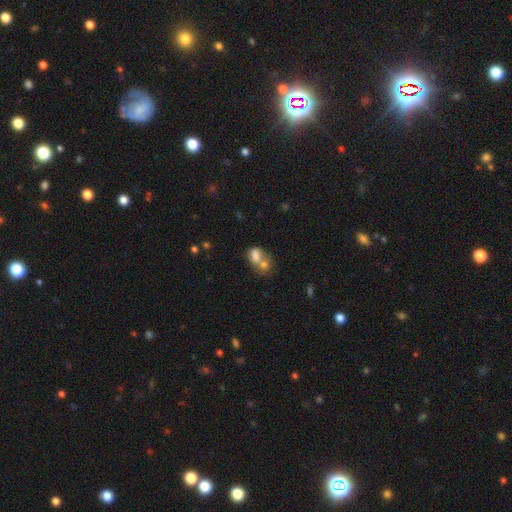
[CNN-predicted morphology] smooth-or-featured: smooth: 73% | featured or disk: 17% | star or artifact: 10%
  how-rounded: in between: 73% | round: 25% | cigar-shaped: 2%
  merging: merger: 66% | none: 20% | minor disturbance: 8% | major disturbance: 6%